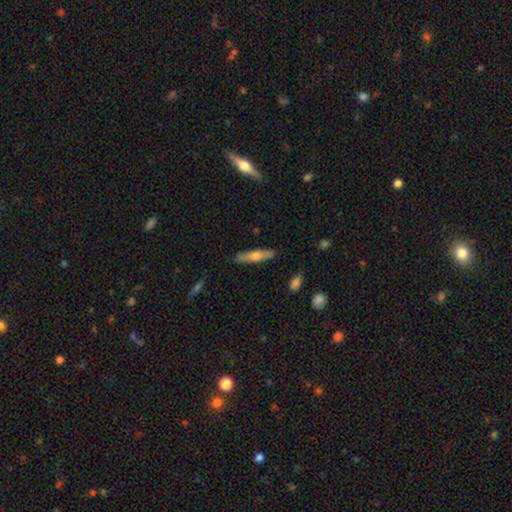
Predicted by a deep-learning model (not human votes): smooth 61%, featured or disk 33%, star or artifact 6%. Down the decision tree: how rounded — cigar-shaped (80%); merging — none (87%).